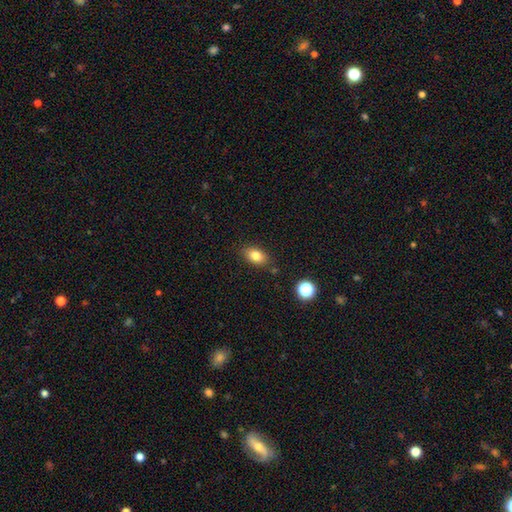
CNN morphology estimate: The model was most divided on "merging": none: 82%, minor disturbance: 12%, merger: 3%, major disturbance: 3%. More confident: how rounded — in between (84%); smooth or featured — smooth (81%).